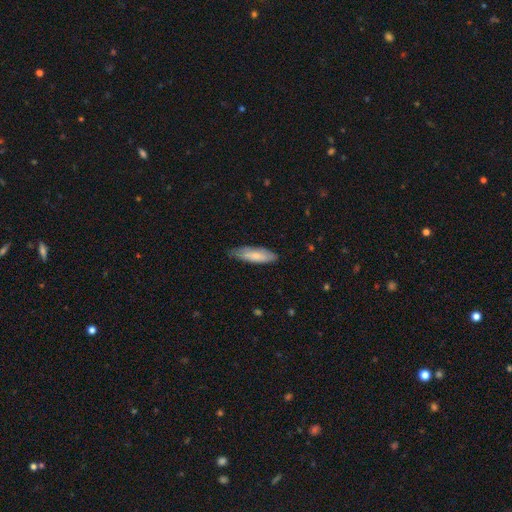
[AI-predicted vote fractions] A smooth galaxy with no disk features (75%) that is cigar-shaped (54%). Merging: none (75%).